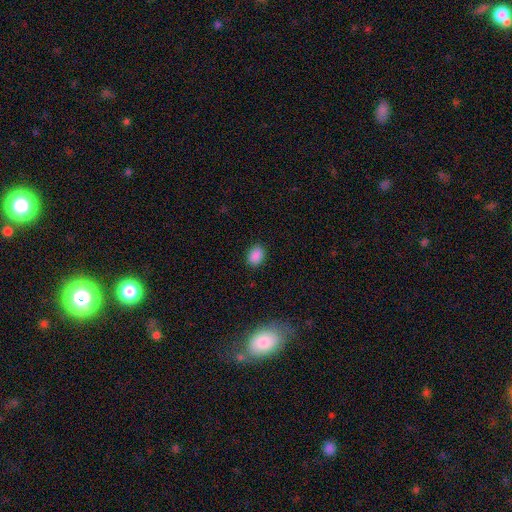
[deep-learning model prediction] The model was most divided on "how rounded": in between: 72%, round: 27%, cigar-shaped: 1%. More confident: merging — none (88%); smooth or featured — smooth (88%).